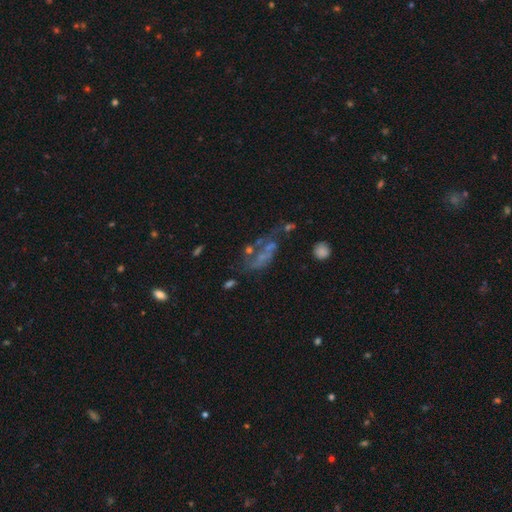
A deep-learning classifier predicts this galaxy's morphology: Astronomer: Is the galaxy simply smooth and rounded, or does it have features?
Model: featured or disk — 49% (runner-up: smooth, 26%).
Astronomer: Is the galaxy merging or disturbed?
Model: major disturbance — 34% (runner-up: none, 32%).